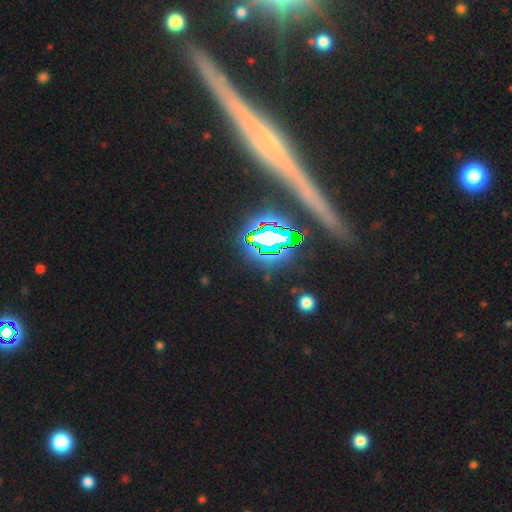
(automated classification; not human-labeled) Smooth or featured? featured or disk (46%)
Merging? none (87%)